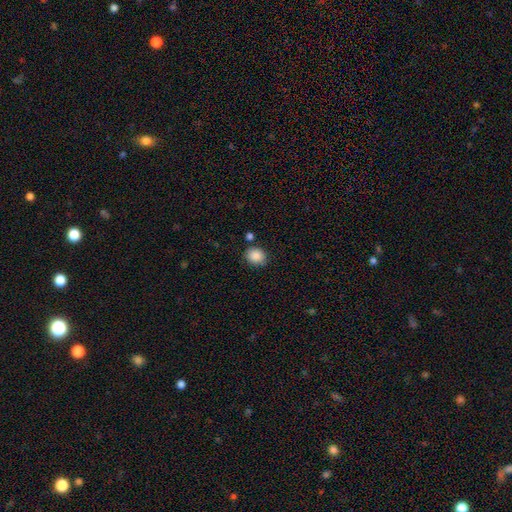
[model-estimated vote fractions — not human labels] A smooth galaxy with no disk features (88%) that is round (61%). Merging: none (79%).